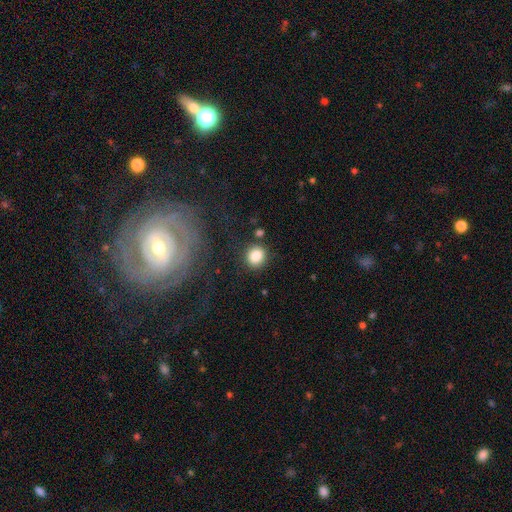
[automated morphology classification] Smooth or featured? smooth (85%)
How rounded? round (84%)
Merging? none (84%)